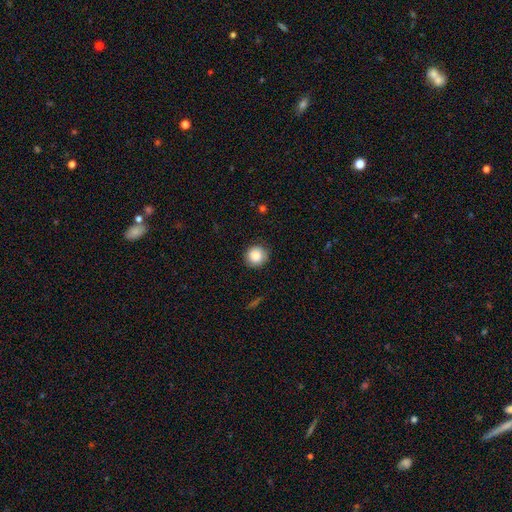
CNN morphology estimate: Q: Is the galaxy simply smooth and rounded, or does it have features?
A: smooth — 86%.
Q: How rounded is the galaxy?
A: round — 91%.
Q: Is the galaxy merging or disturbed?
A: none — 84%.